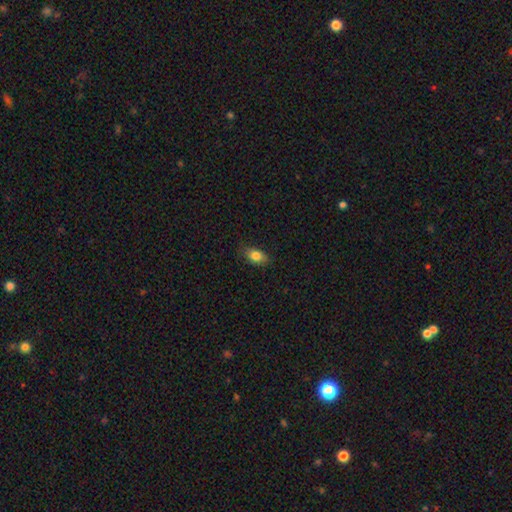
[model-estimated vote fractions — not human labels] Smooth or featured: smooth — 82% (featured or disk — 9%)
How rounded: in between — 83% (round — 13%)
Merging: none — 80% (minor disturbance — 16%)